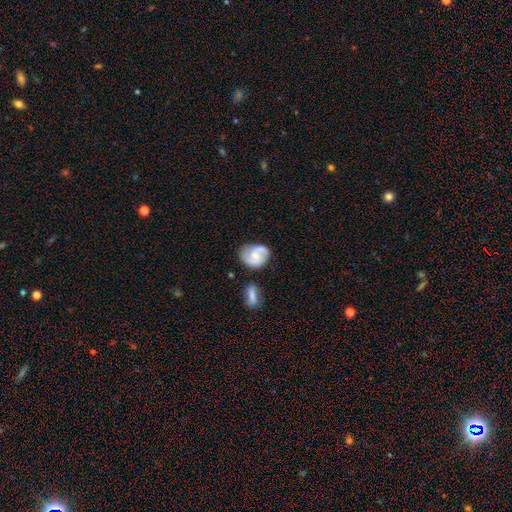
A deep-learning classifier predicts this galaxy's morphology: Q: Smooth or featured?
A: featured or disk (62%); runner-up: smooth (31%)
Q: Edge-on disk?
A: no (97%); runner-up: yes (3%)
Q: Bar?
A: no (57%); runner-up: weak (35%)
Q: Spiral arms?
A: yes (87%); runner-up: no (13%)
Q: Spiral winding?
A: medium (46%); runner-up: tight (29%)
Q: Spiral arm count?
A: 2 (81%); runner-up: can't tell (10%)
Q: Bulge size?
A: small (45%); runner-up: moderate (44%)
Q: Merging?
A: none (59%); runner-up: minor disturbance (23%)